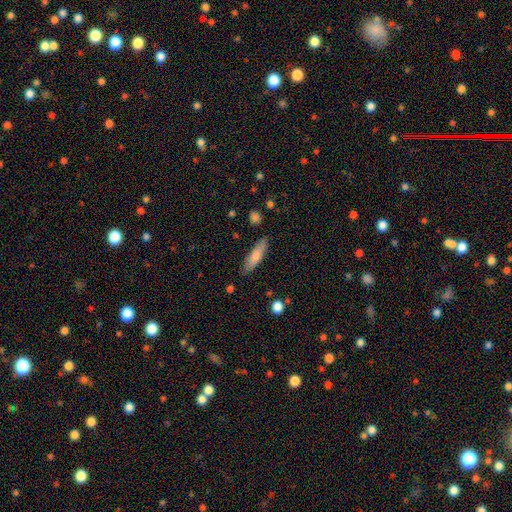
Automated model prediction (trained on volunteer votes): Smooth or featured?
  - smooth: 76% *
  - featured or disk: 18%
  - star or artifact: 6%
How rounded?
  - cigar-shaped: 63% *
  - in between: 36%
  - round: 2%
Merging?
  - none: 85% *
  - minor disturbance: 11%
  - major disturbance: 2%
  - merger: 2%